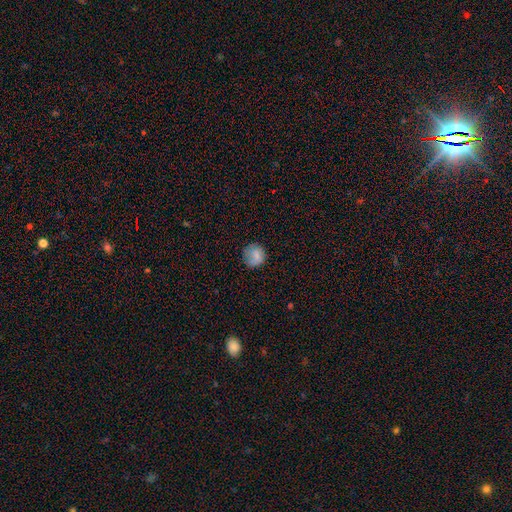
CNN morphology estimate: This appears to be a smooth galaxy with no disk features (79%) that is round (87%). Merging: none (74%).